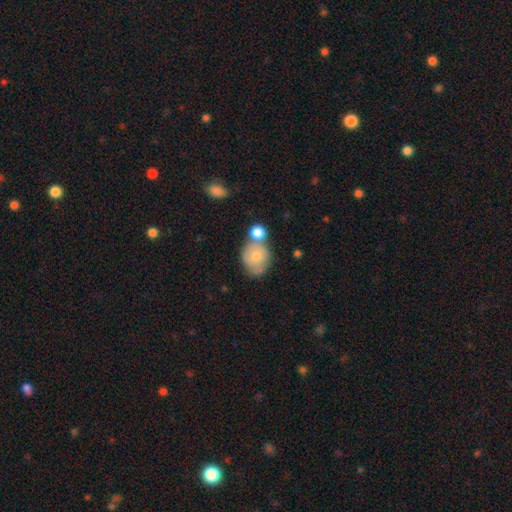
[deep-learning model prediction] smooth 74%, featured or disk 19%, star or artifact 7%. Down the decision tree: how rounded — round (64%); merging — none (41%).